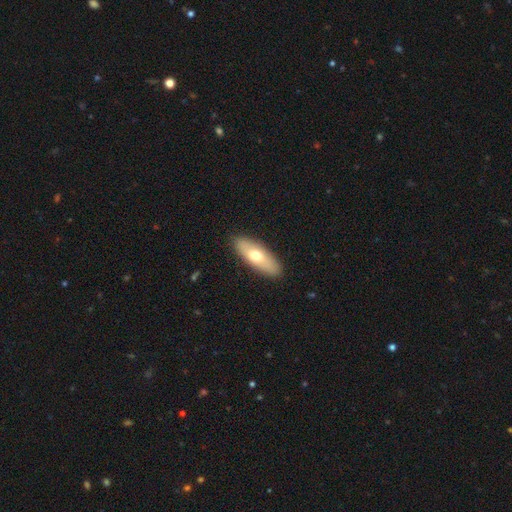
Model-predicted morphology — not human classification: Overall: smooth (65%; featured or disk 30%). How rounded: in between (69%). Merging: none (88%).